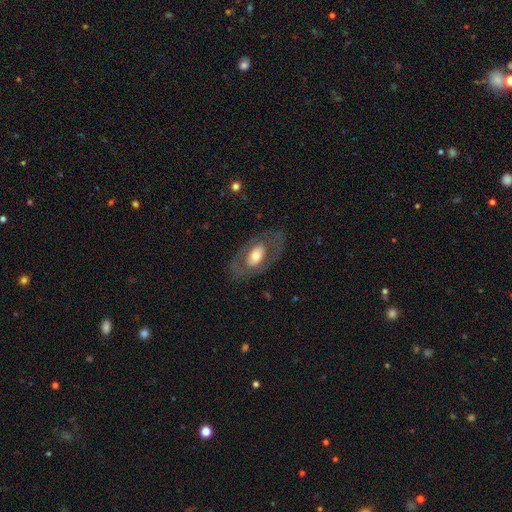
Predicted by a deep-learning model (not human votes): This is possibly a featured or disk galaxy (50%). Merging: likely none (76%).